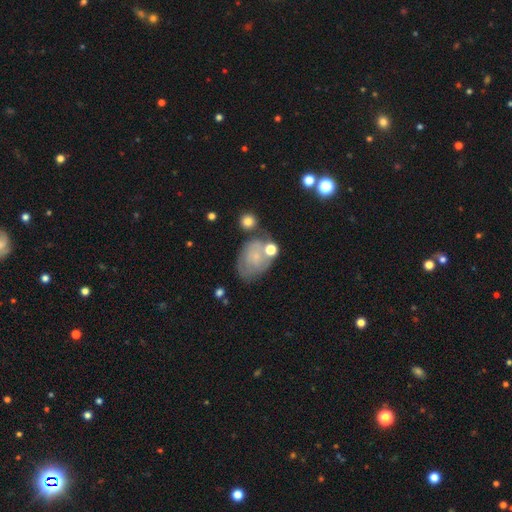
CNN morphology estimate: Q: Smooth or featured?
A: featured or disk (46%); runner-up: smooth (43%)
Q: Merging?
A: none (49%); runner-up: minor disturbance (25%)